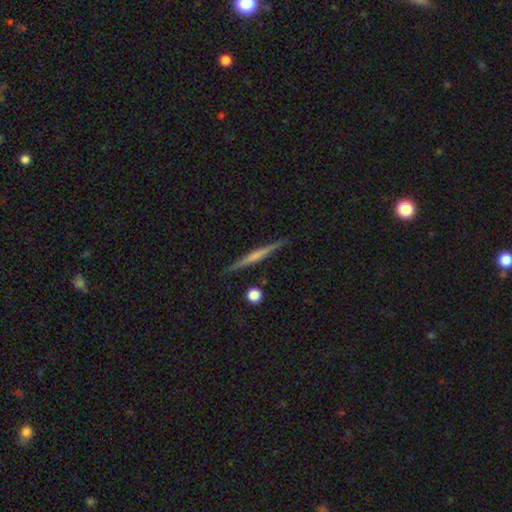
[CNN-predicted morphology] A featured or disk galaxy (61%) viewed edge-on (98%) with no central bulge (49%).

Vote fractions:
- Smooth or featured? featured or disk: 61% / smooth: 33% / star or artifact: 6%
- Edge-on disk? yes: 98% / no: 2%
- Edge-on bulge? none: 49% / rounded: 37% / boxy: 14%
- Merging? none: 89% / minor disturbance: 7% / merger: 2% / major disturbance: 2%